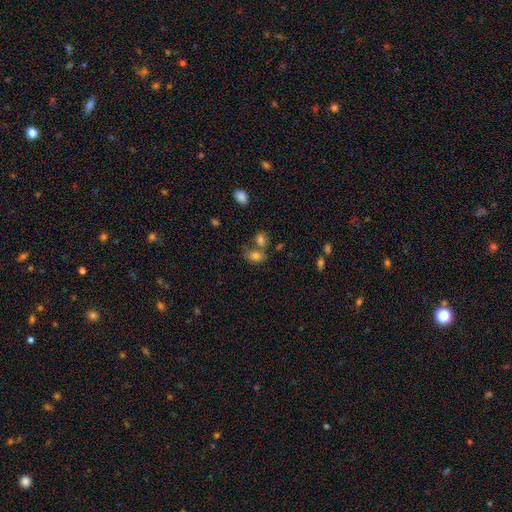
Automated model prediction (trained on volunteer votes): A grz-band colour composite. It shows a smooth galaxy with no disk features (78%) that is in between round and cigar-shaped (78%). Merging: none (45%).